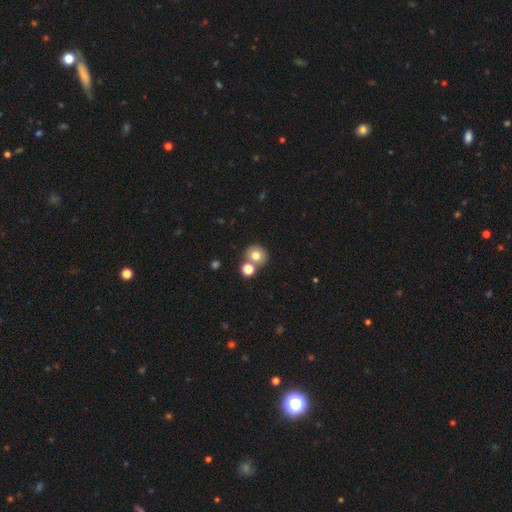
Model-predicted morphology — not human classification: Smooth or featured? smooth (76%)
How rounded? round (84%)
Merging? none (62%)